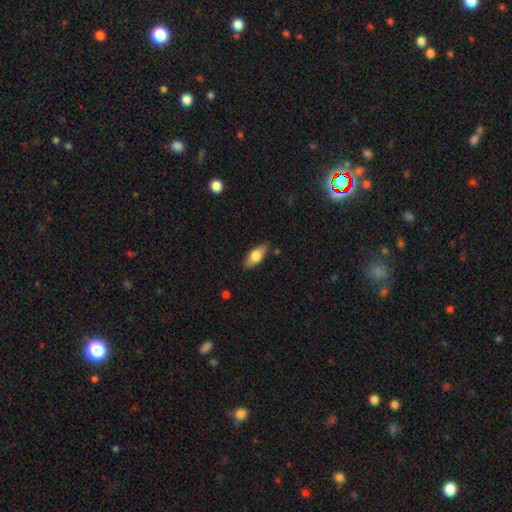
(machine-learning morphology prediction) Overall: smooth (63%; featured or disk 30%). How rounded: in between (79%). Merging: none (83%).